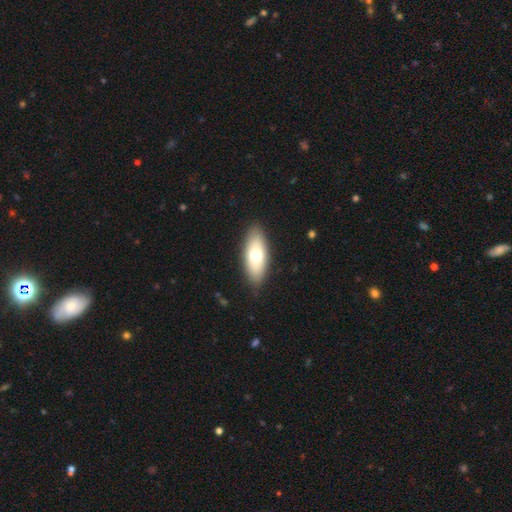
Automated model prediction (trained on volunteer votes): smooth-or-featured: smooth: 66% | featured or disk: 28% | star or artifact: 6%
  how-rounded: in between: 81% | cigar-shaped: 16% | round: 3%
  merging: none: 86% | minor disturbance: 10% | major disturbance: 2% | merger: 1%